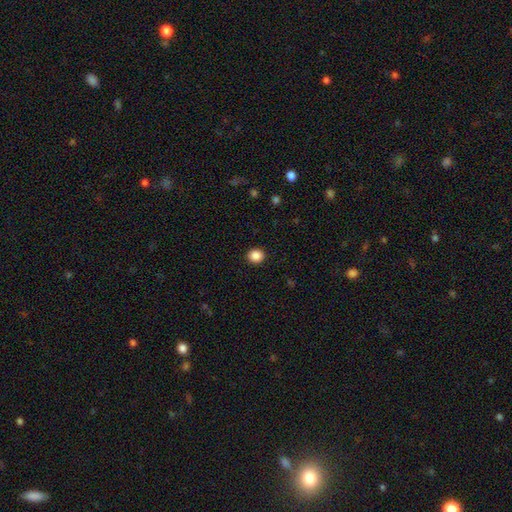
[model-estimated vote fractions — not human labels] This is clearly a smooth galaxy (88%). How rounded: clearly round (83%). Merging: clearly none (92%).